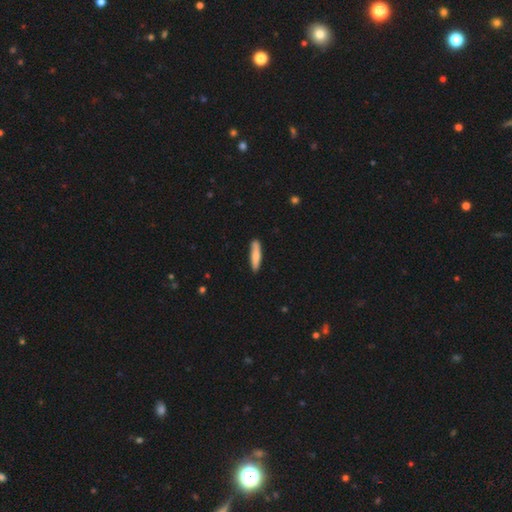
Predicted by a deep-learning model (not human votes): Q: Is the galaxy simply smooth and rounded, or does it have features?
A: smooth — 78%.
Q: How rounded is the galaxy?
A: cigar-shaped — 84%.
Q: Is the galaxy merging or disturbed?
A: none — 86%.